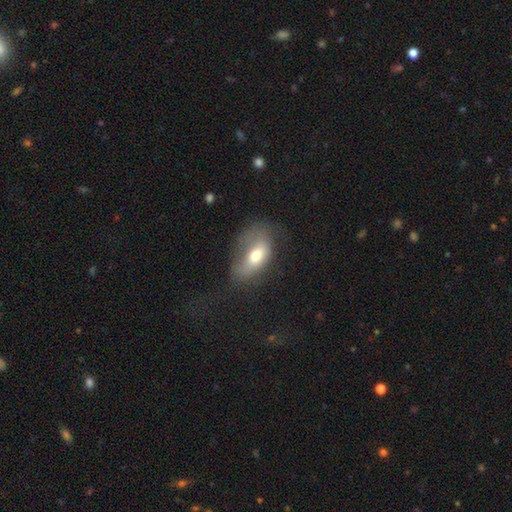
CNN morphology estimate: smooth_or_featured: smooth (p=0.64) [alt: featured or disk p=0.27]
how_rounded: in between (p=0.87) [alt: round p=0.08]
merging: none (p=0.37) [alt: minor disturbance p=0.31]